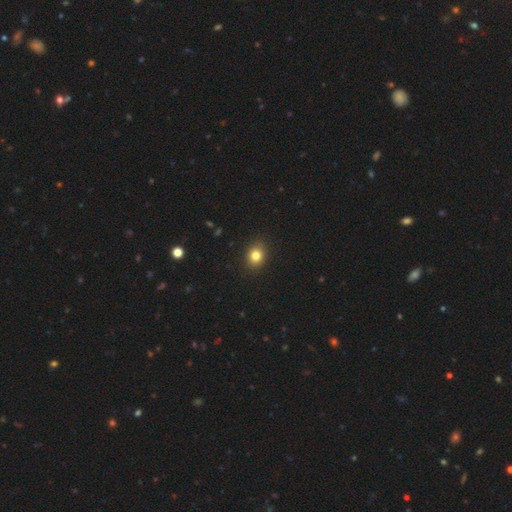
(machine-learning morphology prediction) Overall: smooth (82%). How rounded: round (59%; in between 40%). Merging: none (90%).